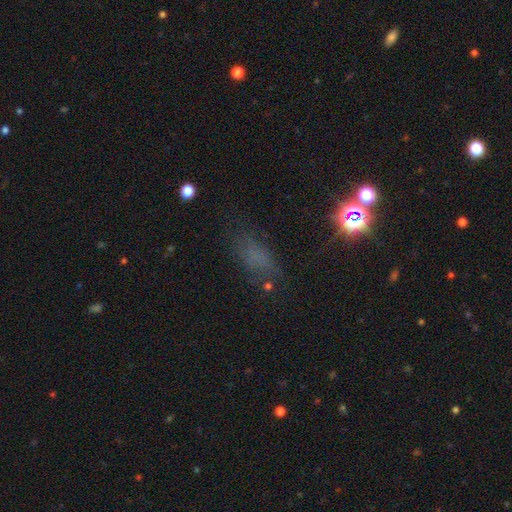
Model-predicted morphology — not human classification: smooth-or-featured: smooth: 53% | star or artifact: 30% | featured or disk: 17%
  how-rounded: in between: 72% | cigar-shaped: 16% | round: 12%
  merging: none: 61% | minor disturbance: 21% | major disturbance: 15% | merger: 4%